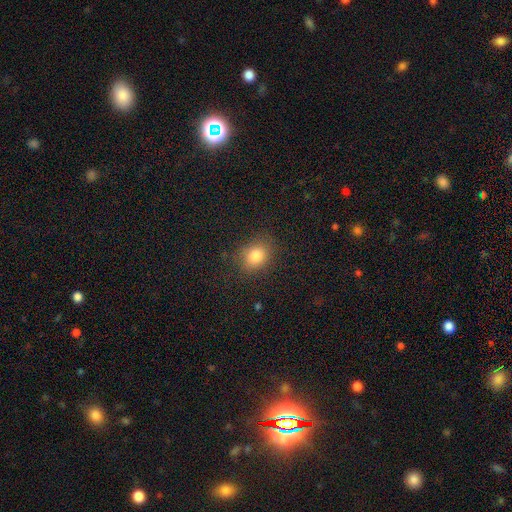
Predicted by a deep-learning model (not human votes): smooth_or_featured: smooth (p=0.81) [alt: star or artifact p=0.12]
how_rounded: round (p=0.50) [alt: in between p=0.49]
merging: none (p=0.82) [alt: minor disturbance p=0.13]